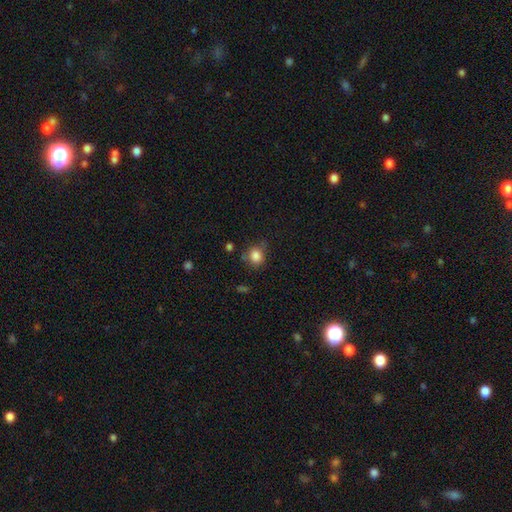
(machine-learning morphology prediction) type=smooth (84%); roundness=round (76%); merging=none (69%).